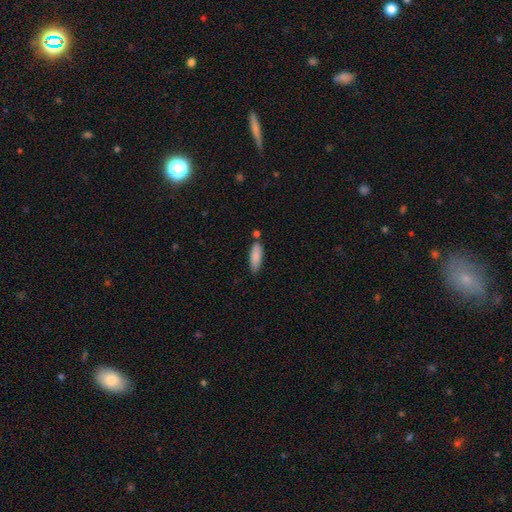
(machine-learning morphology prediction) Smooth or featured? Predicted: smooth (p=0.85). How rounded? Predicted: in between (p=0.55). Merging? Predicted: none (p=0.70).